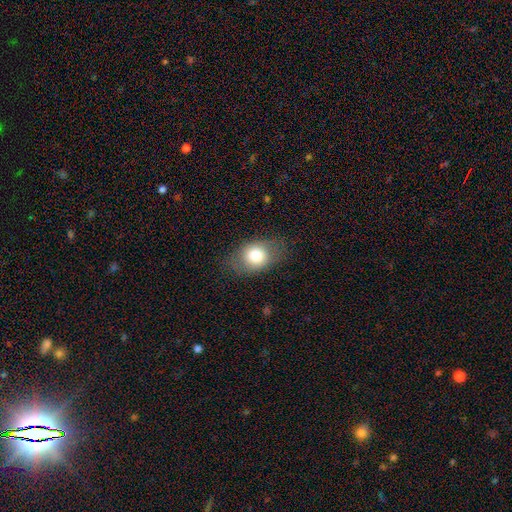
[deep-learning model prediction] Smooth or featured: smooth — 76% (featured or disk — 16%)
How rounded: in between — 65% (round — 33%)
Merging: none — 77% (minor disturbance — 15%)